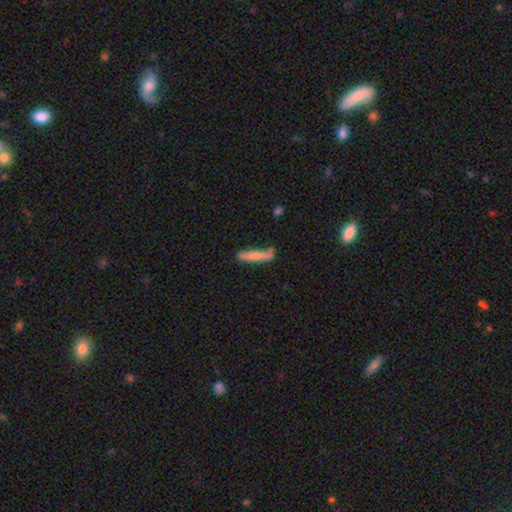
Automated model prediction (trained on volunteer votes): The model was most divided on "merging": none: 61%, minor disturbance: 26%, major disturbance: 8%, merger: 6%. More confident: how rounded — cigar-shaped (88%); smooth or featured — smooth (72%).